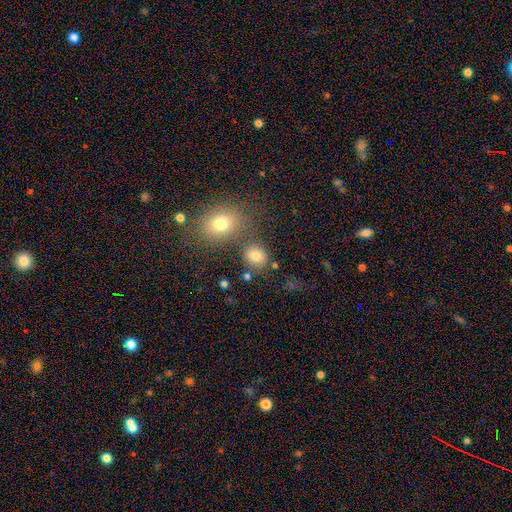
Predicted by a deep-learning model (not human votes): This appears to be a smooth galaxy with no disk features (77%) that is round (66%). Merging: none (72%).